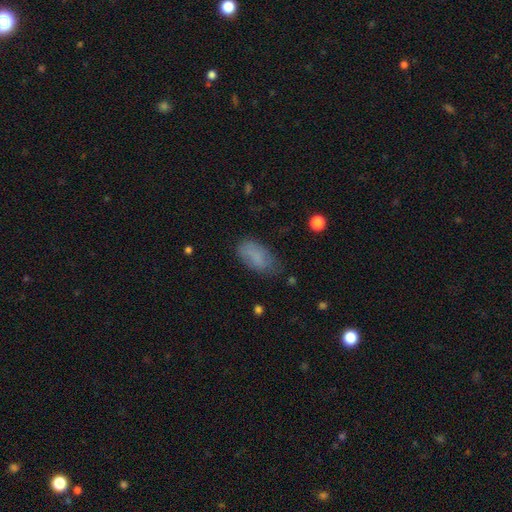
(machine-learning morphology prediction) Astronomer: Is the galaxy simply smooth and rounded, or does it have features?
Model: smooth — 79%.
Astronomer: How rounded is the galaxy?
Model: in between — 91%.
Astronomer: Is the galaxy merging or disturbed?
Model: none — 61%.